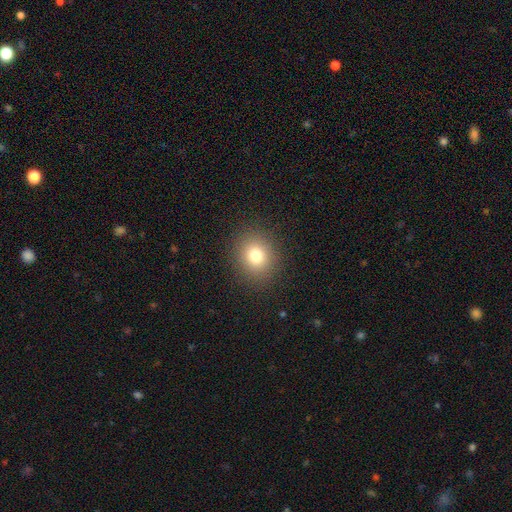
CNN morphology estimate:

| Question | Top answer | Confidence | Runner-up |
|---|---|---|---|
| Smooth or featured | smooth | 78% | star or artifact (13%) |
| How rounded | round | 77% | in between (22%) |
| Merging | none | 89% | minor disturbance (7%) |